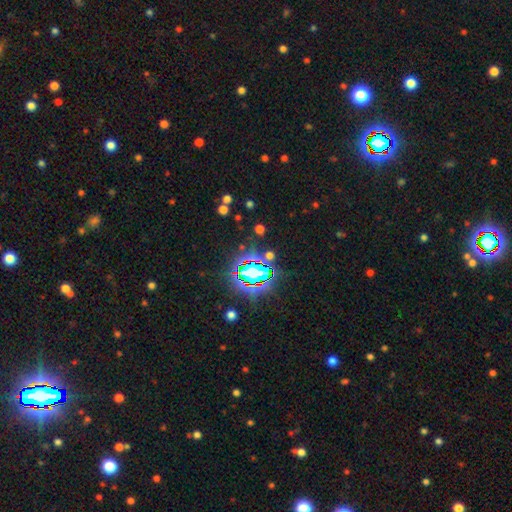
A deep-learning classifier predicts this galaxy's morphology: This is likely a star or artifact rather than a galaxy (74%).